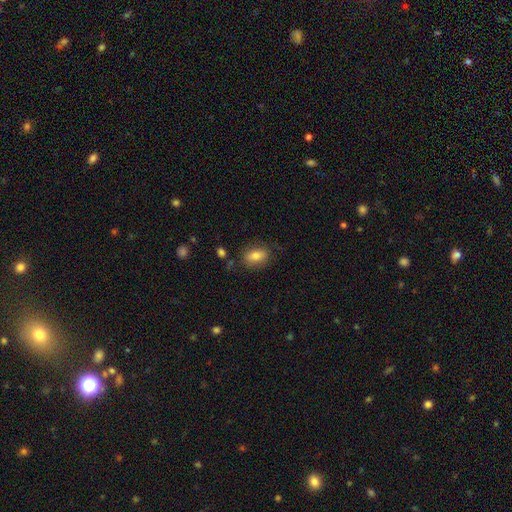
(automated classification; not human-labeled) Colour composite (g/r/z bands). It shows a smooth galaxy with no disk features (74%) that is in between round and cigar-shaped (76%). Merging: none (77%).